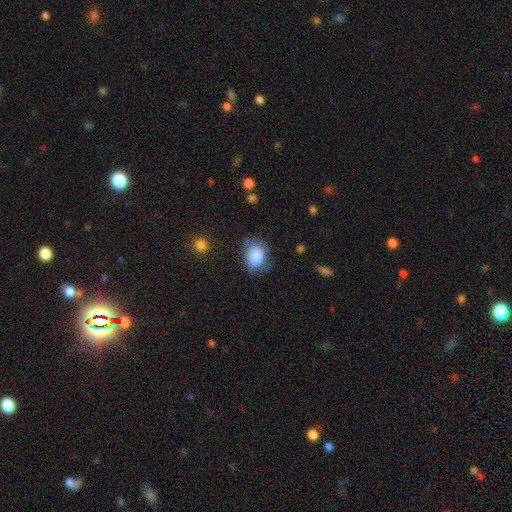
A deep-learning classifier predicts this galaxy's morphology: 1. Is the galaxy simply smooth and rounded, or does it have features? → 79% smooth, 14% featured or disk, 8% star or artifact.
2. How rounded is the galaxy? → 50% round, 49% in between, 1% cigar-shaped.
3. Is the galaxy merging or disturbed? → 57% none, 28% minor disturbance, 12% major disturbance, 3% merger.